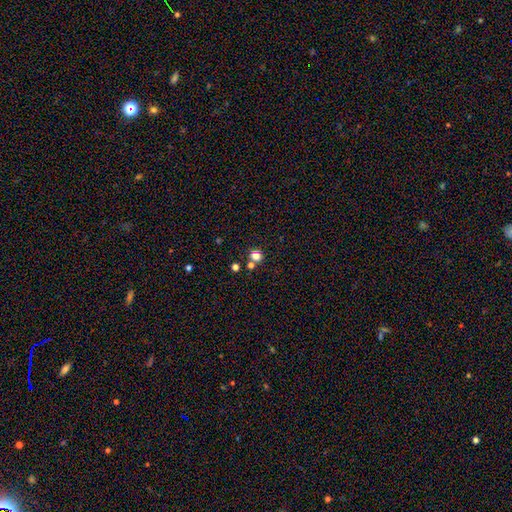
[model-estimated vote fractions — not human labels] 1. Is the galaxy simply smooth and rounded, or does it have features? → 76% smooth, 18% star or artifact, 7% featured or disk.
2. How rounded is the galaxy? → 89% round, 10% in between, 1% cigar-shaped.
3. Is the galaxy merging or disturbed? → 75% none, 15% merger, 7% minor disturbance, 3% major disturbance.